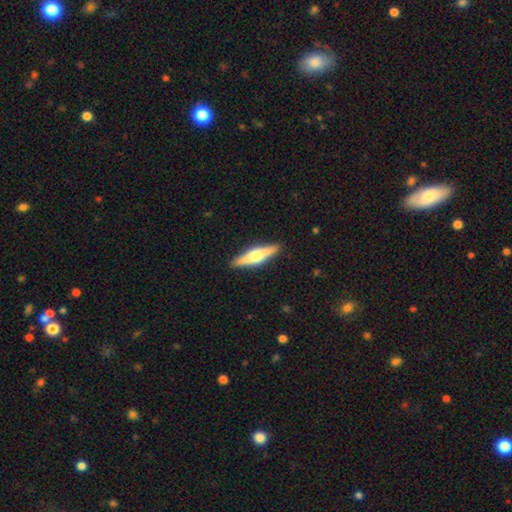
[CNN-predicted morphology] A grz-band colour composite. It shows a featured or disk galaxy (57%) viewed edge-on (96%) with a rounded central bulge (92%). Merging: none (90%).